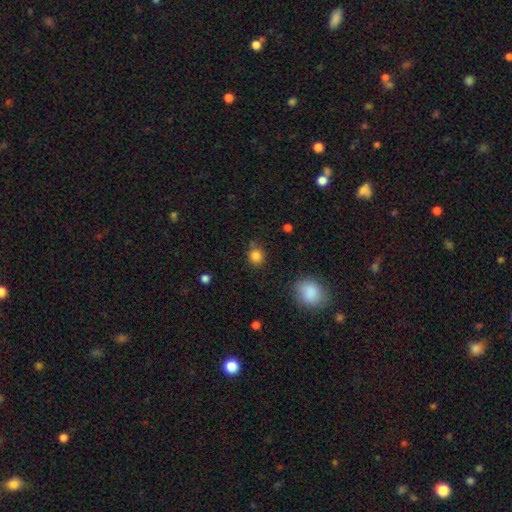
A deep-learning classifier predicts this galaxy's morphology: This is clearly a smooth galaxy (84%). How rounded: clearly round (84%). Merging: likely none (78%).